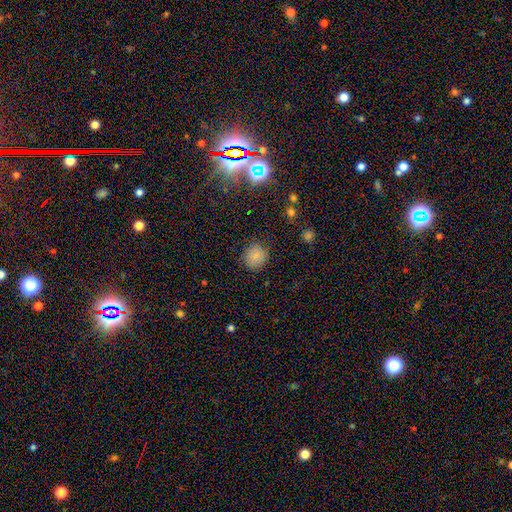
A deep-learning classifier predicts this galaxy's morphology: This appears to be a smooth galaxy with no disk features (80%) that is round (85%). Merging: none (84%).